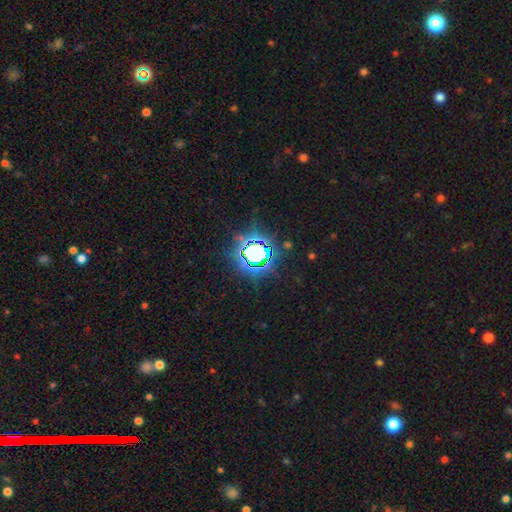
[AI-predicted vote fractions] This appears to be a star or artifact, not a galaxy (73%).